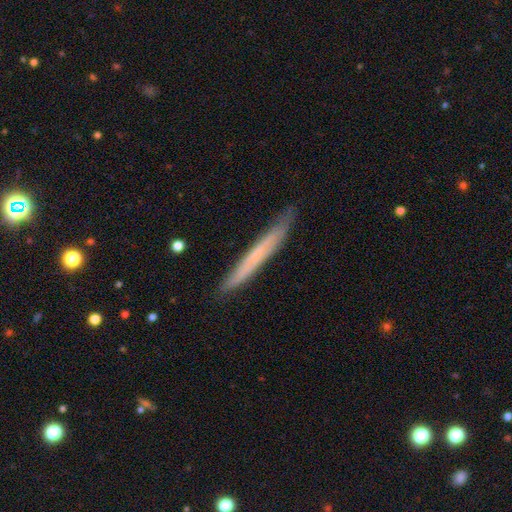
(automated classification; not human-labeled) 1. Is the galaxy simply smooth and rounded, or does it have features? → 53% smooth, 41% featured or disk, 6% star or artifact.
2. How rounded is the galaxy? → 96% cigar-shaped, 2% in between, 1% round.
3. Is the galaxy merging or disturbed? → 84% none, 13% minor disturbance, 2% major disturbance, 1% merger.